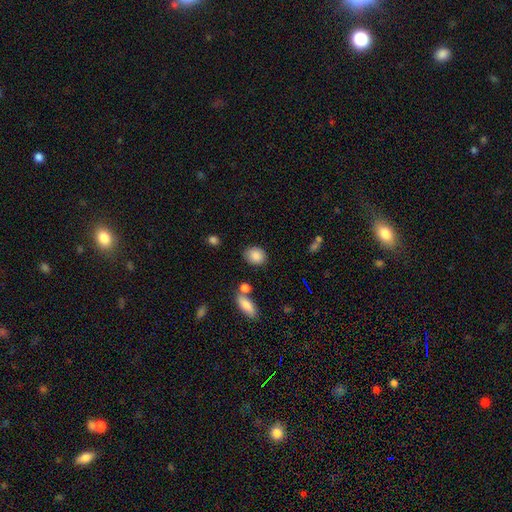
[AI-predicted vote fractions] Smooth or featured?
  - smooth: 86% *
  - star or artifact: 8%
  - featured or disk: 6%
How rounded?
  - round: 53% *
  - in between: 45%
  - cigar-shaped: 2%
Merging?
  - none: 80% *
  - minor disturbance: 12%
  - merger: 5%
  - major disturbance: 3%